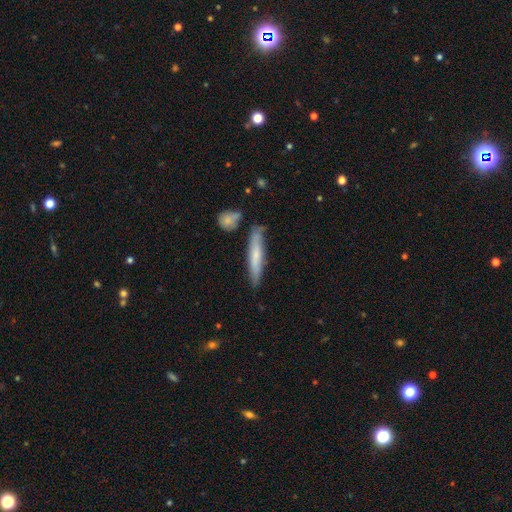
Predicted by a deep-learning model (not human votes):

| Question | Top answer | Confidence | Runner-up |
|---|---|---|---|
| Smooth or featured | smooth | 58% | featured or disk (36%) |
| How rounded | cigar-shaped | 89% | in between (9%) |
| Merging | none | 74% | minor disturbance (17%) |